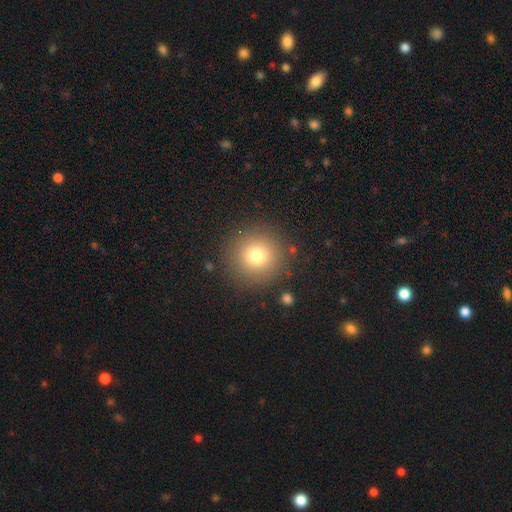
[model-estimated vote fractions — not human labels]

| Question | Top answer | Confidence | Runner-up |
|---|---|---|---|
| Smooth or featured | smooth | 76% | star or artifact (14%) |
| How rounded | round | 95% | in between (4%) |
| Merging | none | 88% | minor disturbance (7%) |